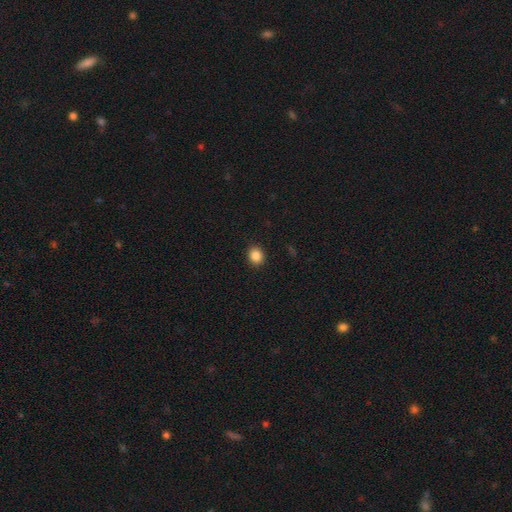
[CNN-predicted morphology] A smooth galaxy with no disk features (87%) that is round (68%). Merging: none (91%).